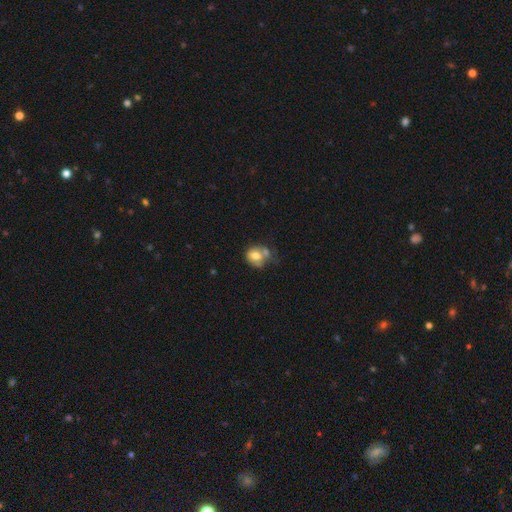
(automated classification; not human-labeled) This appears to be a smooth galaxy with no disk features (68%) that is round (62%). Merging: none (35%).